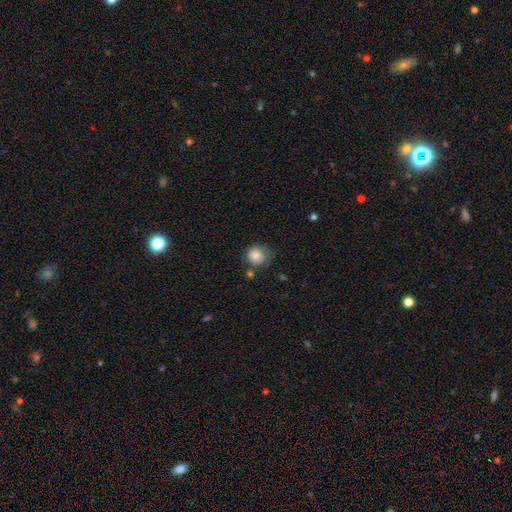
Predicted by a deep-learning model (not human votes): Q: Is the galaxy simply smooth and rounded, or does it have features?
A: smooth — 83%.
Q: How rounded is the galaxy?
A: round — 79%.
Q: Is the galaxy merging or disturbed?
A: none — 54%.